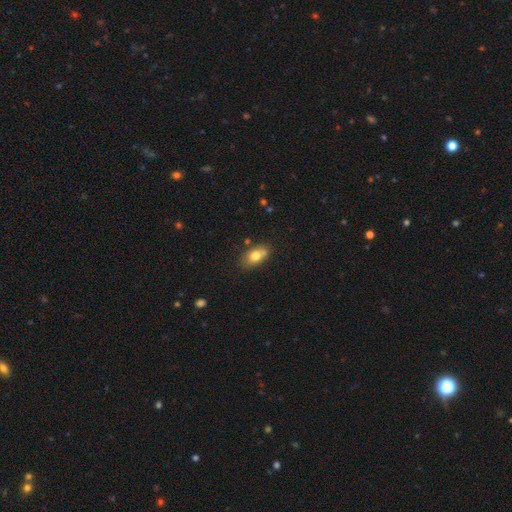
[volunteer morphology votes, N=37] This appears to be a smooth galaxy with no disk features (78%) that is in between round and cigar-shaped (86%). Merging: none (67%).